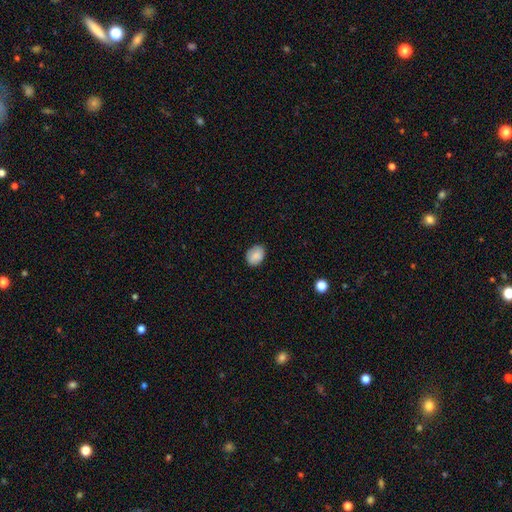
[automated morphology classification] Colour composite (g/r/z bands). It shows a smooth galaxy with no disk features (86%) that is in between round and cigar-shaped (63%). Merging: none (82%).